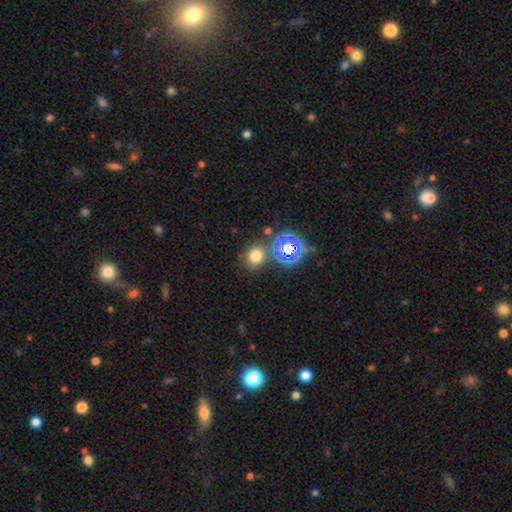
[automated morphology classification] Overall: smooth (66%; star or artifact 26%). How rounded: round (76%). Merging: none (76%).